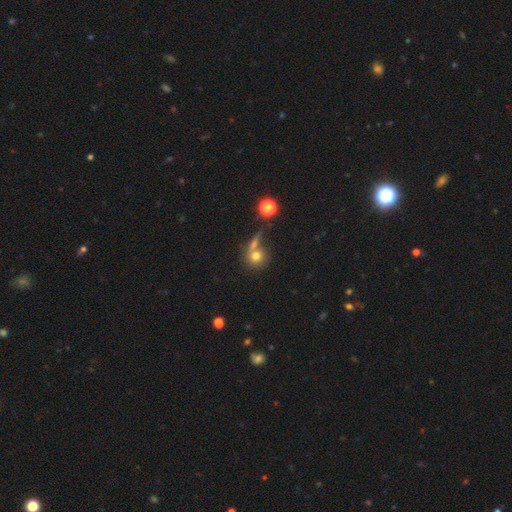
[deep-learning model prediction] Smooth or featured? smooth (73%)
How rounded? round (82%)
Merging? none (47%)